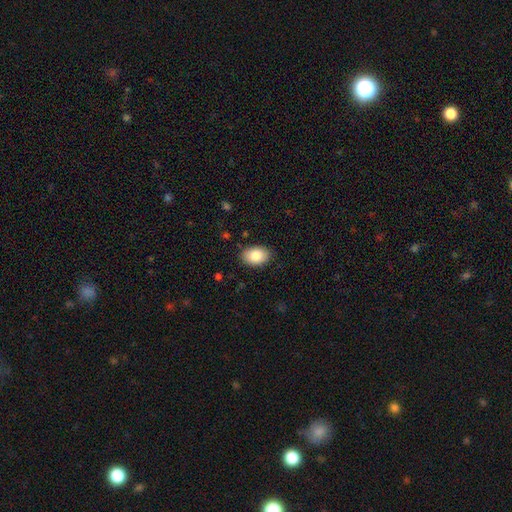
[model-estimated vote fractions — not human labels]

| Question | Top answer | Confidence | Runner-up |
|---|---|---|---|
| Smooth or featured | smooth | 85% | featured or disk (8%) |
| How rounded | in between | 86% | round (13%) |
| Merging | none | 87% | minor disturbance (10%) |